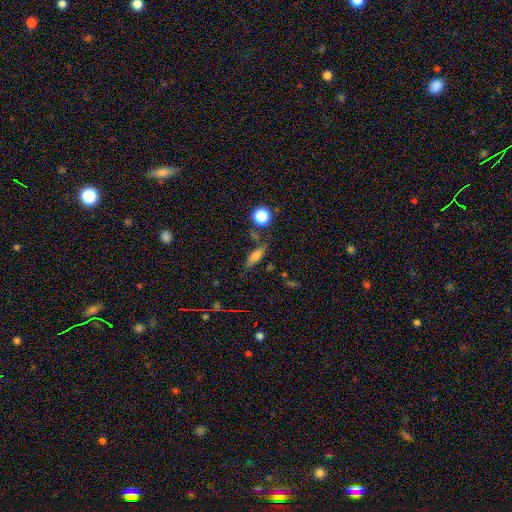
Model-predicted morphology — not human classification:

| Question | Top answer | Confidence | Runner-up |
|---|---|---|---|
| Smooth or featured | smooth | 68% | featured or disk (19%) |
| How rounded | in between | 56% | cigar-shaped (36%) |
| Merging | none | 68% | minor disturbance (18%) |